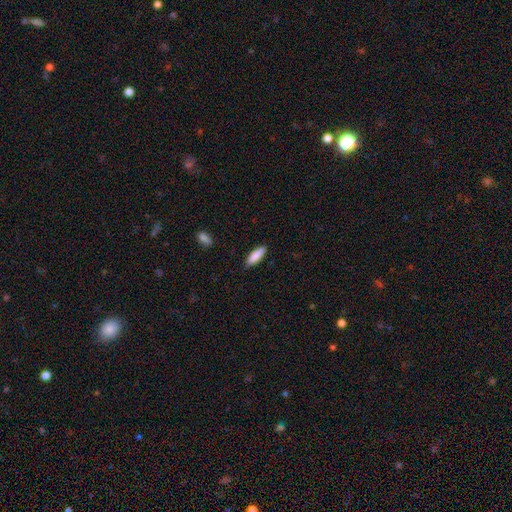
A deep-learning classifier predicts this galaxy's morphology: Overall: smooth (87%). How rounded: cigar-shaped (52%; in between 47%). Merging: none (87%).